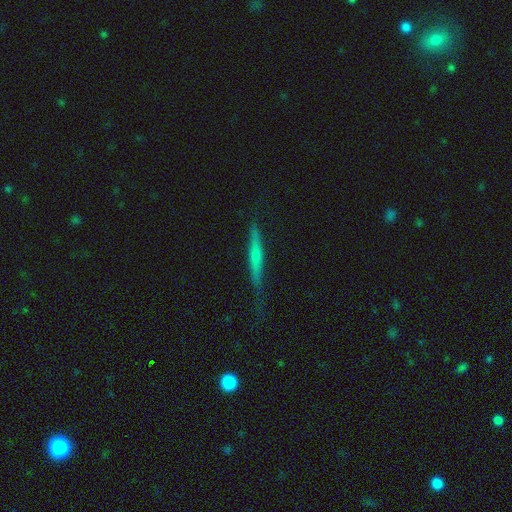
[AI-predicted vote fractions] Smooth or featured? featured or disk (48%)
Merging? none (75%)